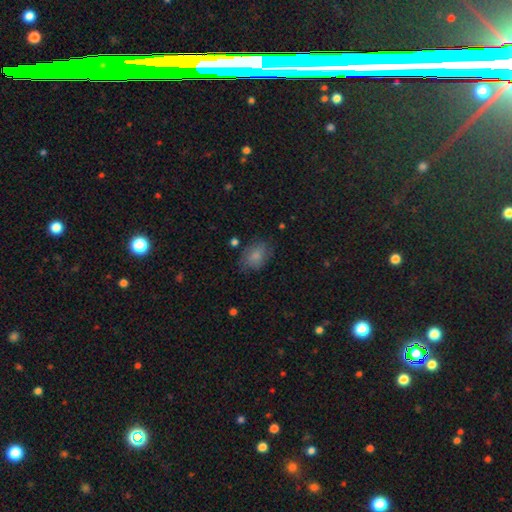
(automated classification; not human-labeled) smooth 75%, featured or disk 16%, star or artifact 9%. Down the decision tree: how rounded — in between (77%); merging — none (70%).